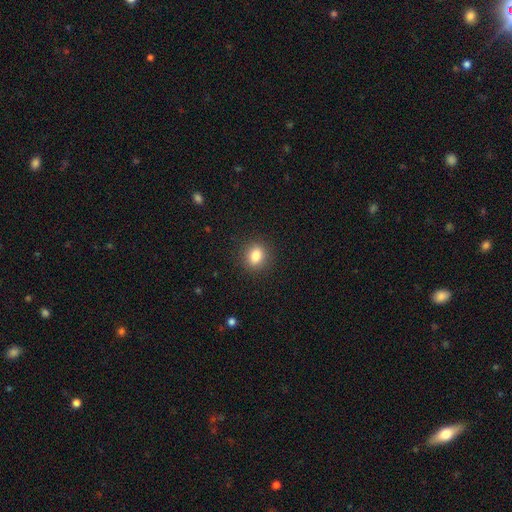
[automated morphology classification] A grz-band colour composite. It shows a smooth galaxy with no disk features (83%) that is round (62%). Merging: none (90%).